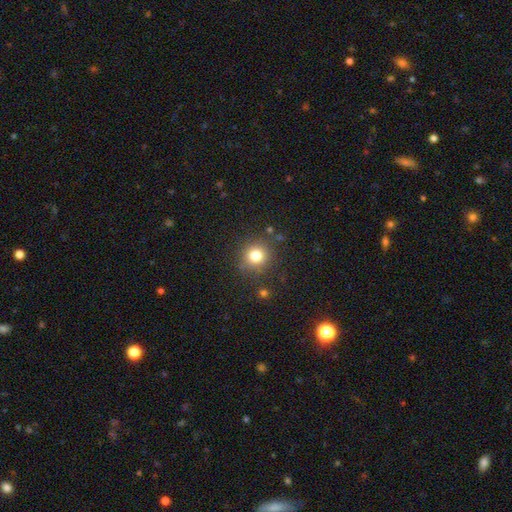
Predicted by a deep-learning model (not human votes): Overall: smooth (79%). How rounded: round (92%). Merging: none (85%).